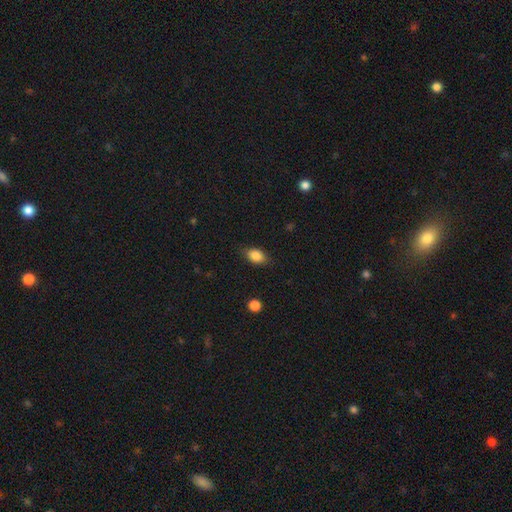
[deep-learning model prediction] Smooth or featured: smooth — 86% (star or artifact — 8%)
How rounded: in between — 85% (round — 13%)
Merging: none — 82% (minor disturbance — 13%)